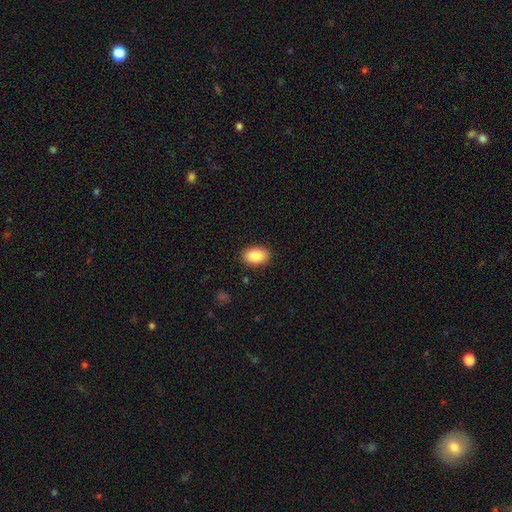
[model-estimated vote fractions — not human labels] Morphology: type=smooth (89%); roundness=in between (91%); merging=none (88%).